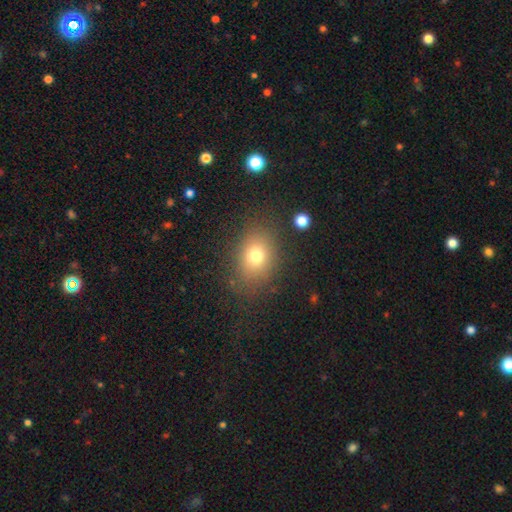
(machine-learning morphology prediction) A smooth galaxy with no disk features (74%) that is in between round and cigar-shaped (61%).

Vote fractions:
- Smooth or featured? smooth: 74% / star or artifact: 14% / featured or disk: 12%
- How rounded? in between: 61% / round: 38% / cigar-shaped: 1%
- Merging? none: 80% / minor disturbance: 12% / major disturbance: 6% / merger: 2%